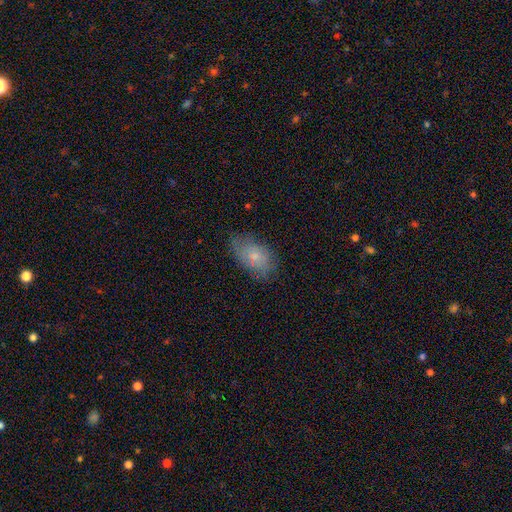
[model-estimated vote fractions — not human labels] smooth 66%, featured or disk 26%, star or artifact 8%. Down the decision tree: how rounded — in between (90%); merging — none (69%).